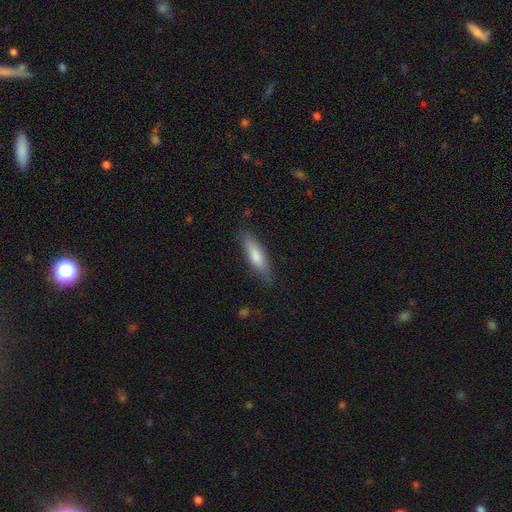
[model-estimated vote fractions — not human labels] Q: Smooth or featured?
A: smooth (70%); runner-up: featured or disk (24%)
Q: How rounded?
A: cigar-shaped (70%); runner-up: in between (29%)
Q: Merging?
A: none (84%); runner-up: minor disturbance (12%)